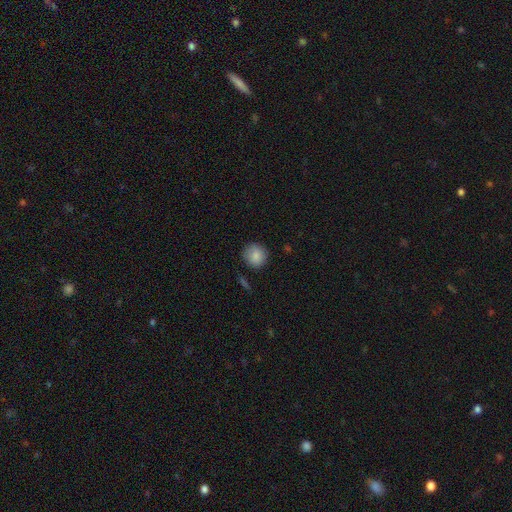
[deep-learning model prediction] smooth 87%, star or artifact 8%, featured or disk 5%. Down the decision tree: how rounded — round (91%); merging — none (85%).